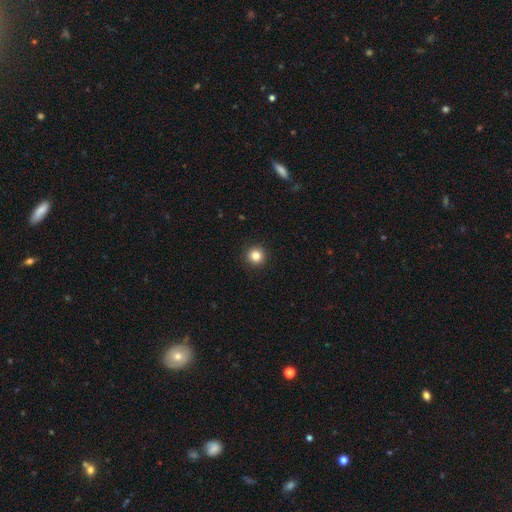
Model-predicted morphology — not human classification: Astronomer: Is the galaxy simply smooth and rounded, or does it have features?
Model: smooth — 83%.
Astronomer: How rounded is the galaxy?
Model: round — 95%.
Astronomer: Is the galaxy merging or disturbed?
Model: none — 93%.